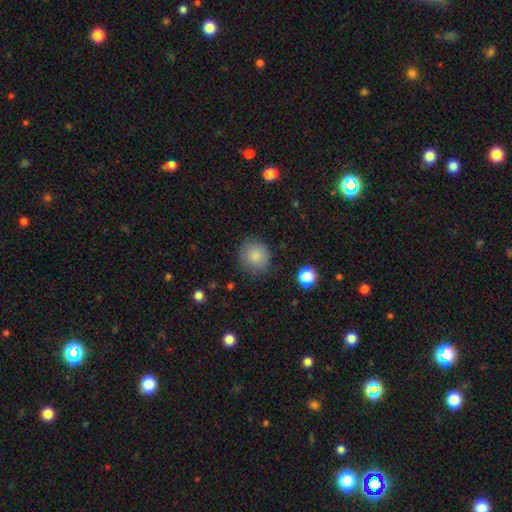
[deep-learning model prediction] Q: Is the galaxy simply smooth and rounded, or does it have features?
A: smooth — 85%.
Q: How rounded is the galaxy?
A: round — 87%.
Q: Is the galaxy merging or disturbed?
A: none — 82%.